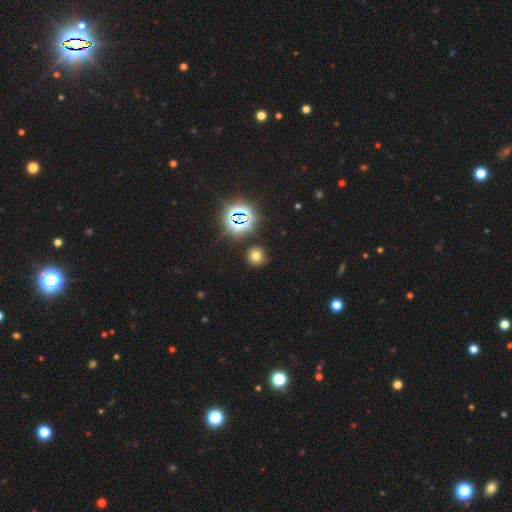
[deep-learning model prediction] The model was most divided on "smooth or featured": smooth: 63%, star or artifact: 28%, featured or disk: 9%. More confident: how rounded — round (89%); merging — none (86%).